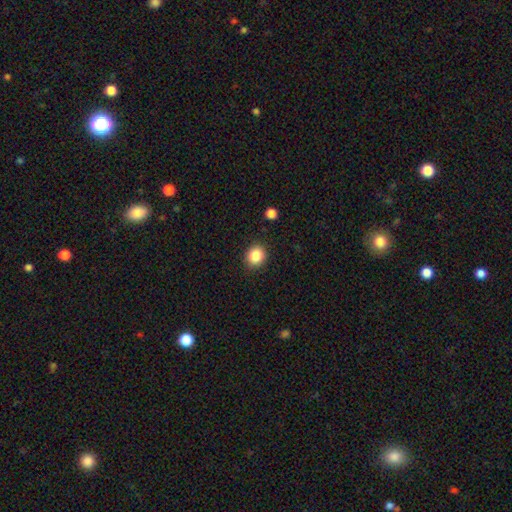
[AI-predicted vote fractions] This appears to be a smooth galaxy with no disk features (85%) that is round (78%). Merging: none (89%).